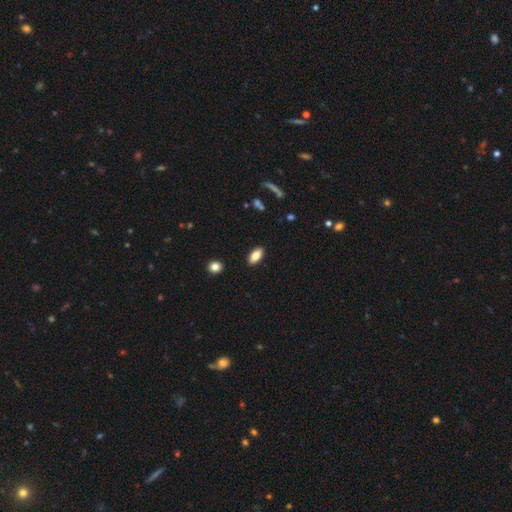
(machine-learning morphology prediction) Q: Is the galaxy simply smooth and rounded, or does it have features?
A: smooth — 83%.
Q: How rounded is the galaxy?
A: in between — 89%.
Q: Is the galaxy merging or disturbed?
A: none — 89%.